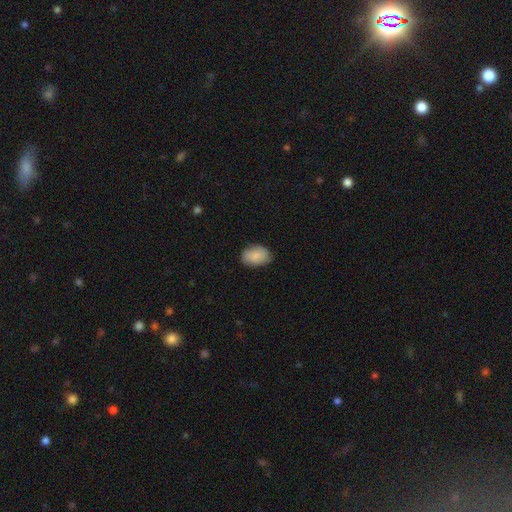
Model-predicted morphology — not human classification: This is clearly a smooth galaxy (86%). How rounded: clearly in between (85%). Merging: clearly none (81%).